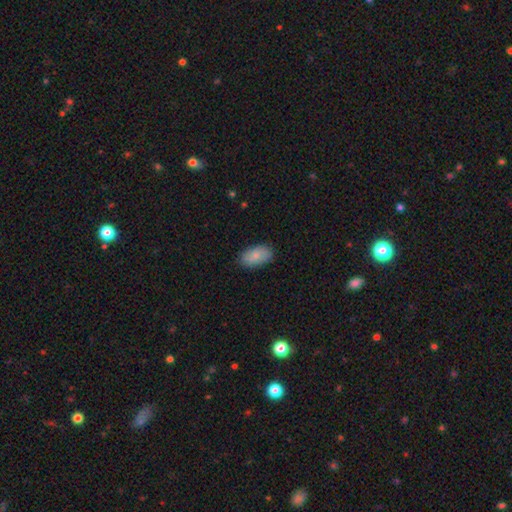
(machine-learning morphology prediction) Smooth or featured? smooth (82%)
How rounded? in between (94%)
Merging? none (83%)